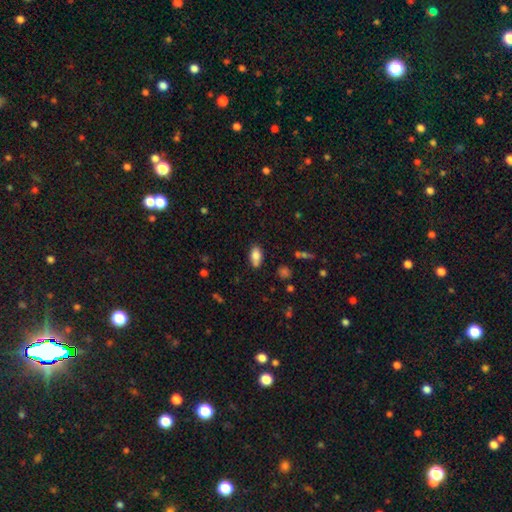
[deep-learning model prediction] Overall: smooth (82%). How rounded: in between (89%). Merging: none (74%).